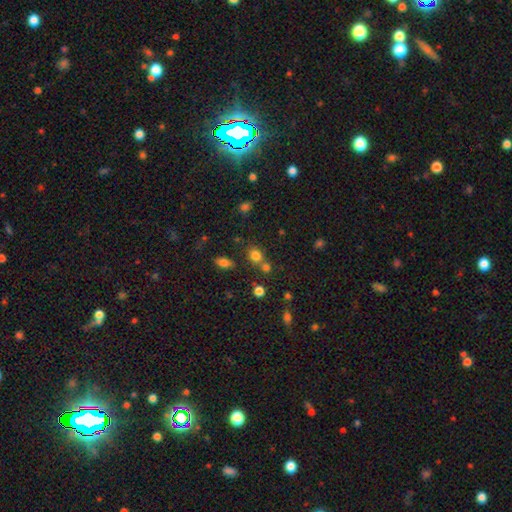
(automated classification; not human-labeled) This is likely a smooth galaxy (76%). How rounded: likely round (63%). Merging: possibly none (59%).